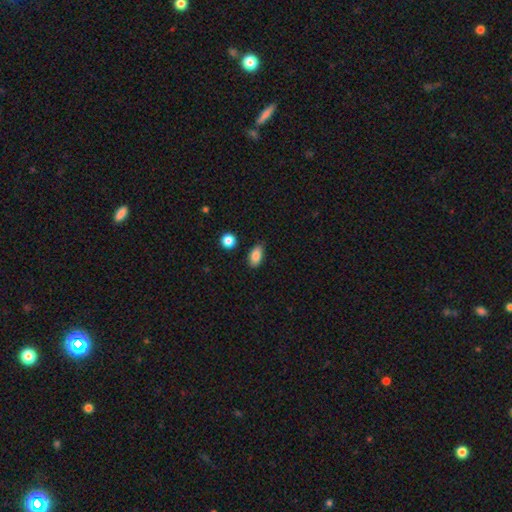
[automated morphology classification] Smooth or featured? Predicted: smooth (p=0.85). How rounded? Predicted: in between (p=0.88). Merging? Predicted: none (p=0.79).